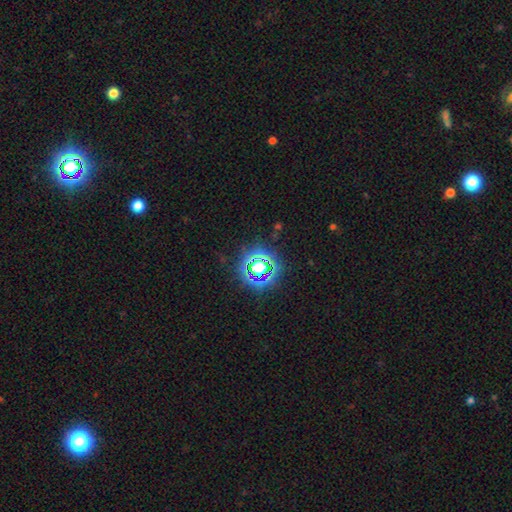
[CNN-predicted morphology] smooth-or-featured: star or artifact: 78% | smooth: 14% | featured or disk: 8%